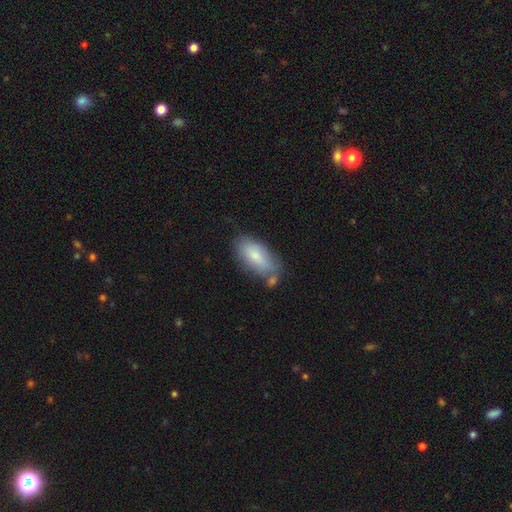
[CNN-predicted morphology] smooth 79%, featured or disk 15%, star or artifact 6%. Down the decision tree: how rounded — in between (90%); merging — none (58%).